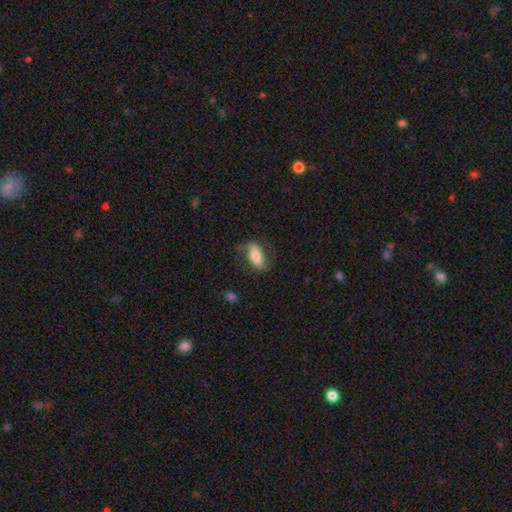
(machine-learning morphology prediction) smooth-or-featured: smooth: 52% | featured or disk: 41% | star or artifact: 7%
  how-rounded: in between: 81% | cigar-shaped: 14% | round: 5%
  merging: none: 68% | minor disturbance: 20% | major disturbance: 10% | merger: 2%